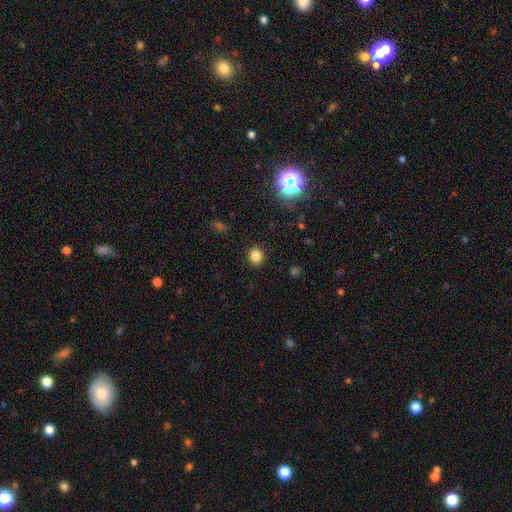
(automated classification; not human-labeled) This appears to be a smooth galaxy with no disk features (82%) that is round (80%). Merging: none (90%).